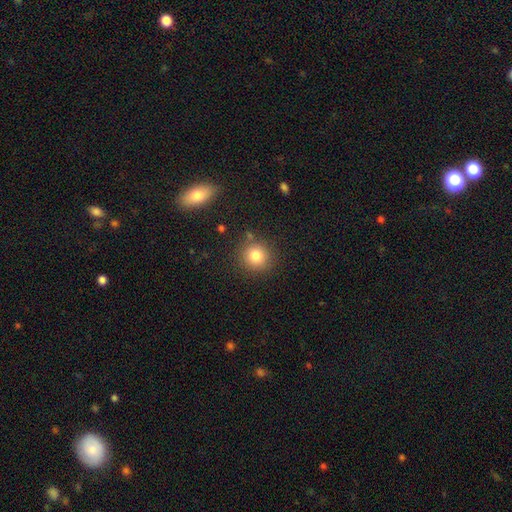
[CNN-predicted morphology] Q: Smooth or featured?
A: smooth (81%); runner-up: star or artifact (11%)
Q: How rounded?
A: round (90%); runner-up: in between (9%)
Q: Merging?
A: none (84%); runner-up: minor disturbance (9%)